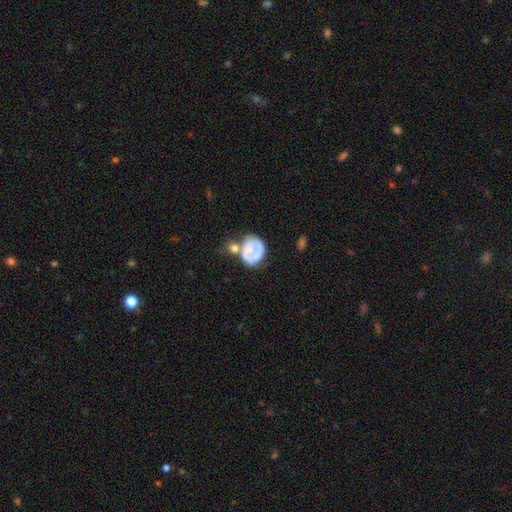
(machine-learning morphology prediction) Smooth or featured? Predicted: featured or disk (p=0.51). Edge-on disk? Predicted: no (p=0.98). Bar? Predicted: no (p=0.83). Spiral arms? Predicted: no (p=0.74). Bulge size? Predicted: moderate (p=0.35). Merging? Predicted: none (p=0.33).